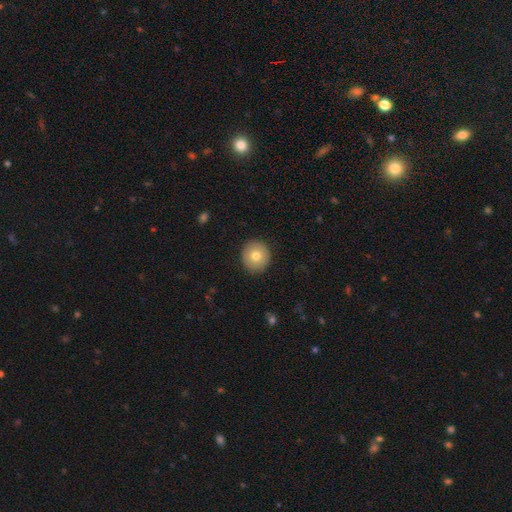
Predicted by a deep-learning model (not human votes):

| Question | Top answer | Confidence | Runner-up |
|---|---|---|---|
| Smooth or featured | smooth | 77% | featured or disk (15%) |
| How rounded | round | 93% | in between (7%) |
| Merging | none | 92% | minor disturbance (6%) |